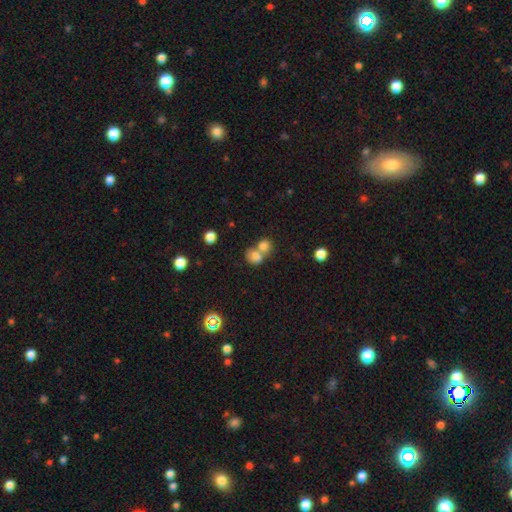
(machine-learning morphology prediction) Overall: smooth (76%). How rounded: round (63%; in between 36%). Merging: merger (61%; none 29%).